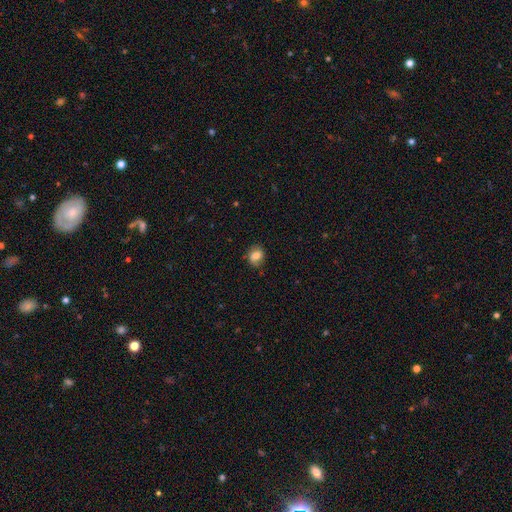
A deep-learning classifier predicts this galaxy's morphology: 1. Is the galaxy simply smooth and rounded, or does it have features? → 80% smooth, 11% featured or disk, 9% star or artifact.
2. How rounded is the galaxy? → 52% round, 47% in between, 1% cigar-shaped.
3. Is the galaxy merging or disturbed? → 78% none, 17% minor disturbance, 4% major disturbance, 2% merger.